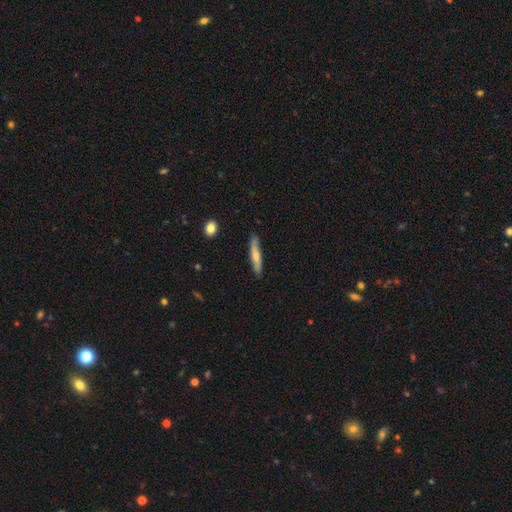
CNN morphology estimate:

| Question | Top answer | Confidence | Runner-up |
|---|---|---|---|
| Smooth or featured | smooth | 63% | featured or disk (31%) |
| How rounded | cigar-shaped | 88% | in between (10%) |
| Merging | none | 83% | minor disturbance (13%) |